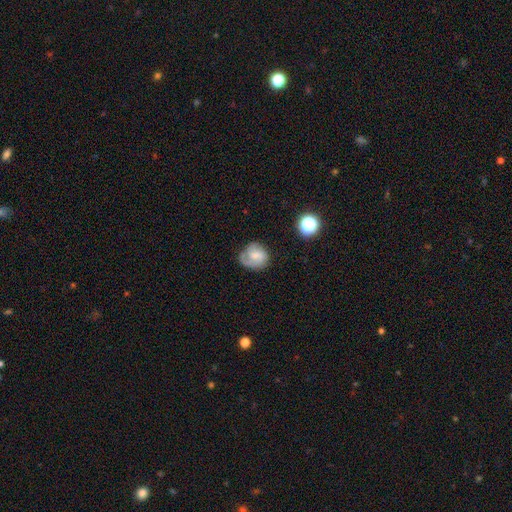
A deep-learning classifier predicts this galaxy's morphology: This appears to be a smooth galaxy with no disk features (50%) that is round (69%). Merging: none (56%).